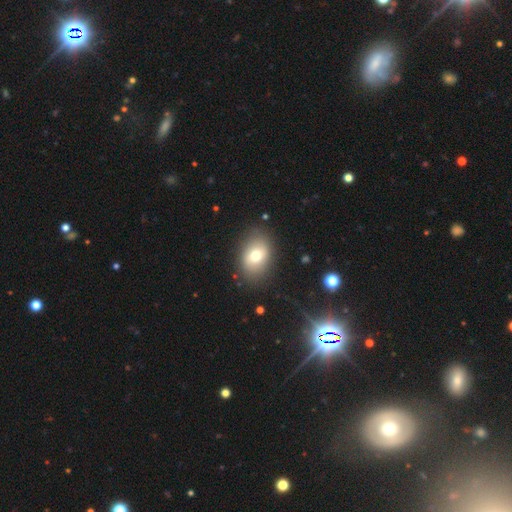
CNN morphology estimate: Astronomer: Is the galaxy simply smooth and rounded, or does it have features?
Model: smooth — 73%.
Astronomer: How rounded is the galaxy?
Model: in between — 76%.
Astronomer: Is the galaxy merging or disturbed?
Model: none — 83%.